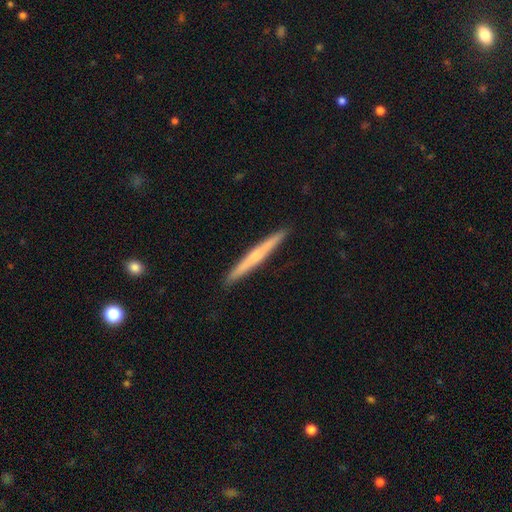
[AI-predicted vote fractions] featured or disk 52%, smooth 43%, star or artifact 6%. Down the decision tree: edge-on disk — yes (97%); edge-on bulge — rounded (47%, tied with none); merging — none (92%).